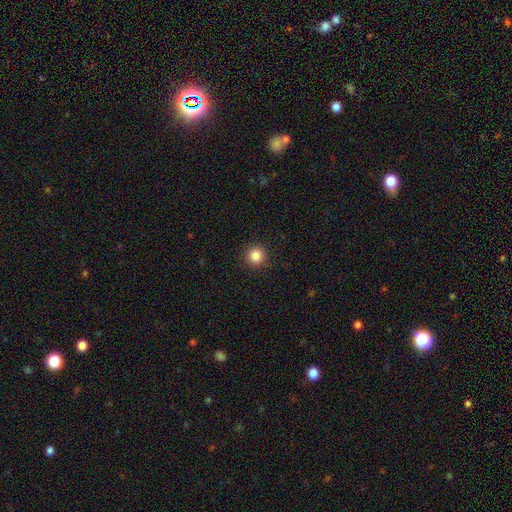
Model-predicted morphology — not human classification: Smooth or featured? smooth (86%)
How rounded? round (94%)
Merging? none (92%)